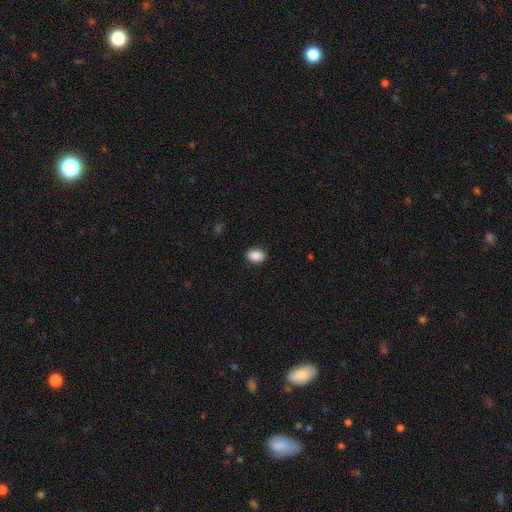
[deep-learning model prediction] smooth-or-featured: smooth: 89% | star or artifact: 8% | featured or disk: 3%
  how-rounded: in between: 82% | round: 17% | cigar-shaped: 1%
  merging: none: 89% | minor disturbance: 8% | major disturbance: 2% | merger: 1%